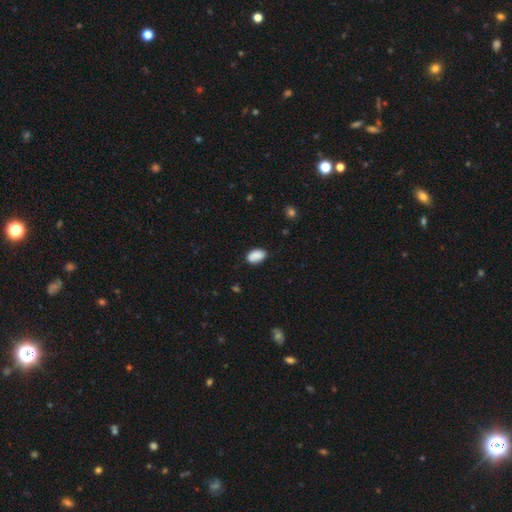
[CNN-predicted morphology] The model was most divided on "merging": none: 74%, minor disturbance: 19%, major disturbance: 4%, merger: 3%. More confident: how rounded — in between (91%); smooth or featured — smooth (86%).